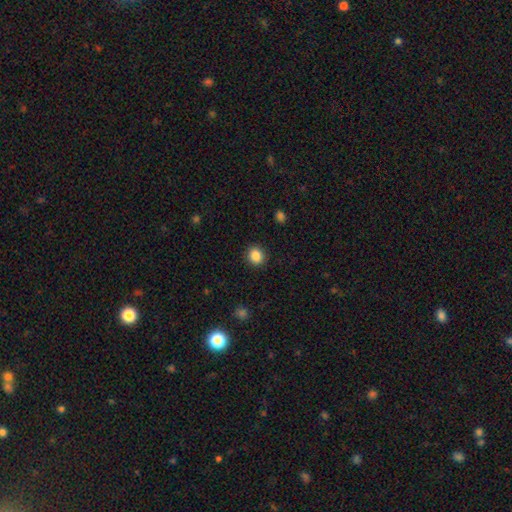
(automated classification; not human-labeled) Smooth or featured? Predicted: smooth (p=0.87). How rounded? Predicted: round (p=0.79). Merging? Predicted: none (p=0.90).